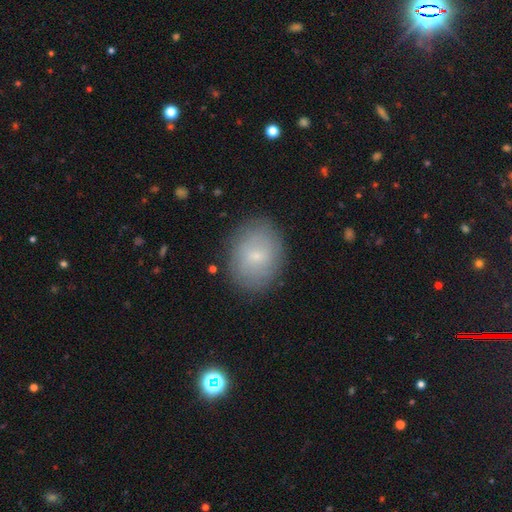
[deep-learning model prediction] Morphology: type=smooth (67%); roundness=in between (59%); merging=none (84%).